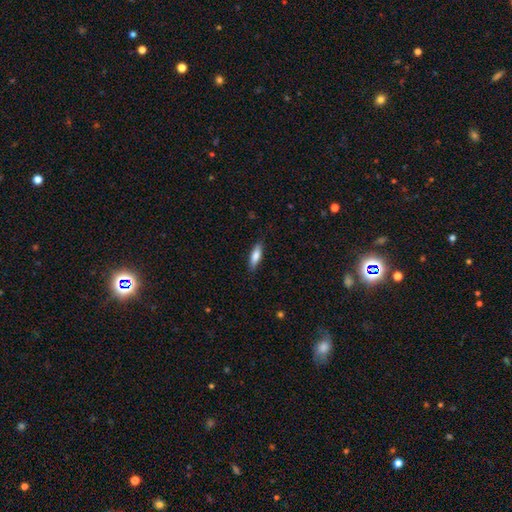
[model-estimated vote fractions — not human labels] A smooth galaxy with no disk features (79%) that is in between round and cigar-shaped (53%).

Vote fractions:
- Smooth or featured? smooth: 79% / featured or disk: 15% / star or artifact: 6%
- How rounded? in between: 53% / cigar-shaped: 45% / round: 2%
- Merging? none: 85% / minor disturbance: 11% / major disturbance: 2% / merger: 1%